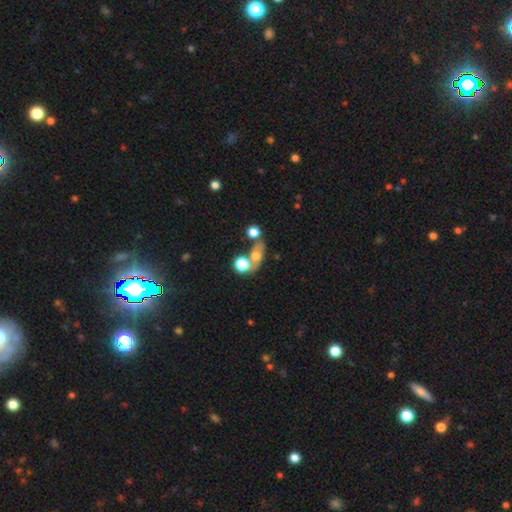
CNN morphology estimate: smooth-or-featured: smooth: 61% | featured or disk: 24% | star or artifact: 15%
  how-rounded: in between: 58% | round: 33% | cigar-shaped: 8%
  merging: none: 45% | merger: 34% | minor disturbance: 13% | major disturbance: 8%